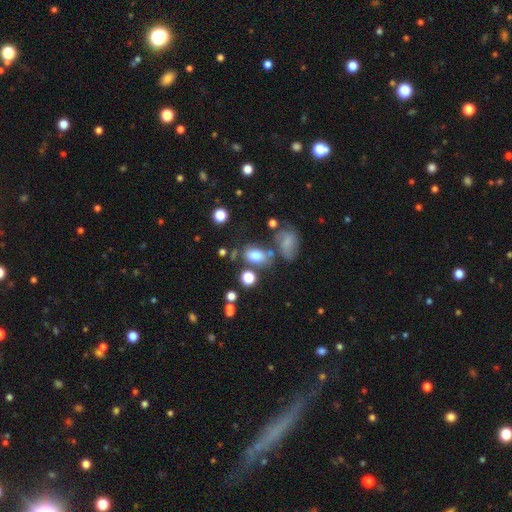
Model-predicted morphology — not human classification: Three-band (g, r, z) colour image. It shows a smooth galaxy with no disk features (75%) that is in between round and cigar-shaped (80%). Merging: none (55%).